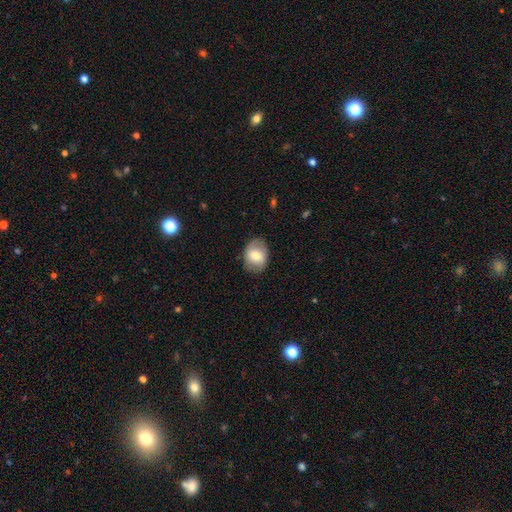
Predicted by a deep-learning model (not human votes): A smooth galaxy with no disk features (68%) that is in between round and cigar-shaped (66%).

Vote fractions:
- Smooth or featured? smooth: 68% / featured or disk: 24% / star or artifact: 7%
- How rounded? in between: 66% / round: 33% / cigar-shaped: 1%
- Merging? none: 78% / minor disturbance: 16% / major disturbance: 5% / merger: 1%